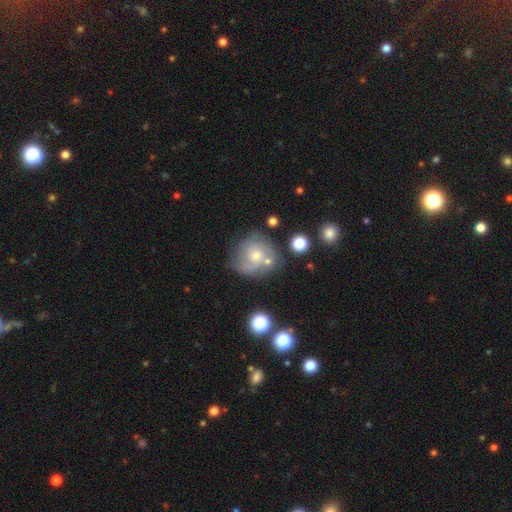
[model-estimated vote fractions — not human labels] Smooth or featured?
  - featured or disk: 74% *
  - smooth: 19%
  - star or artifact: 8%
Edge-on disk?
  - no: 98% *
  - yes: 2%
Bar?
  - no: 75% *
  - weak: 22%
  - strong: 3%
Spiral arms?
  - yes: 92% *
  - no: 8%
Spiral winding?
  - tight: 58% *
  - medium: 33%
  - loose: 8%
Spiral arm count?
  - 2: 36% *
  - can't tell: 26%
  - 3: 24%
  - 4: 5%
  - 1: 5%
  - more than 4: 4%
Bulge size?
  - small: 51% *
  - moderate: 42%
  - none: 3%
  - large: 3%
  - dominant: 1%
Merging?
  - none: 61% *
  - minor disturbance: 19%
  - merger: 12%
  - major disturbance: 8%